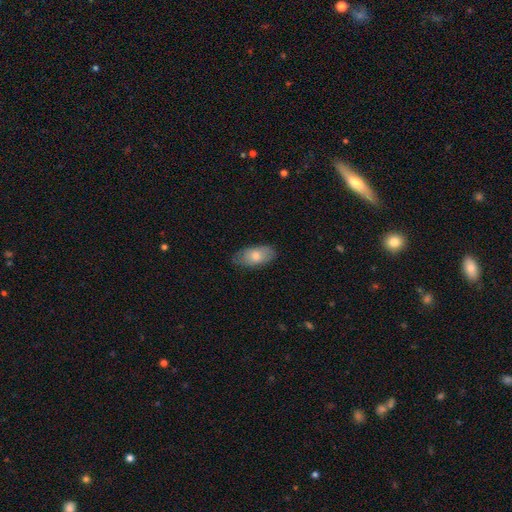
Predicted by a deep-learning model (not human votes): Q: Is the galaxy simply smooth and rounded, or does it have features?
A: smooth — 69%.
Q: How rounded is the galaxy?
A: in between — 92%.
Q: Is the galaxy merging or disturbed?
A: none — 80%.